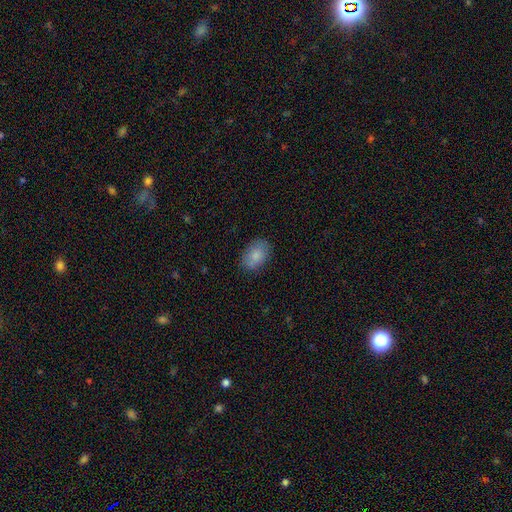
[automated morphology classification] This appears to be a smooth galaxy with no disk features (85%) that is in between round and cigar-shaped (86%). Merging: none (84%).